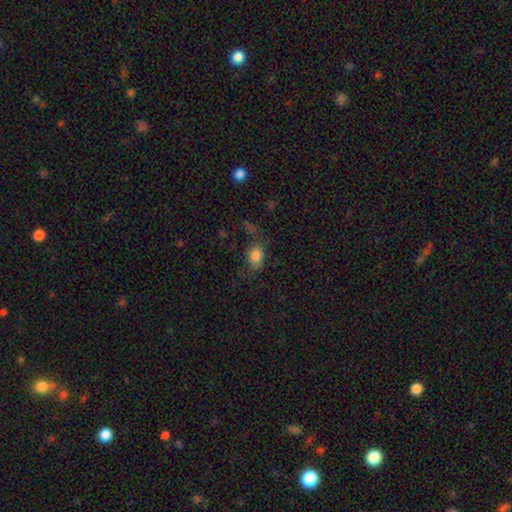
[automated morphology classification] type=smooth (80%); roundness=in between (78%); merging=none (63%).